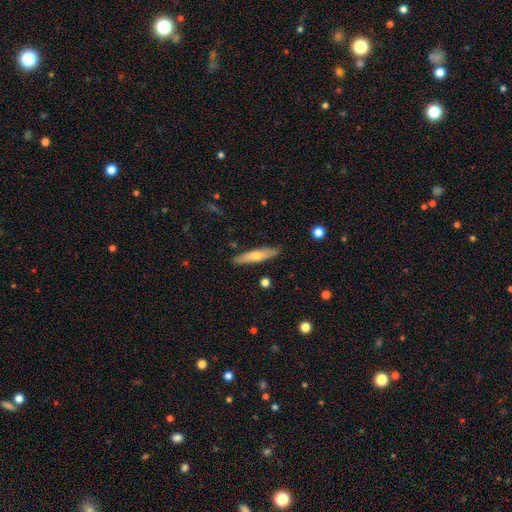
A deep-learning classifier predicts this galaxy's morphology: smooth-or-featured: smooth: 54% | featured or disk: 39% | star or artifact: 6%
  how-rounded: cigar-shaped: 84% | in between: 14% | round: 2%
  merging: none: 88% | minor disturbance: 9% | major disturbance: 2% | merger: 1%